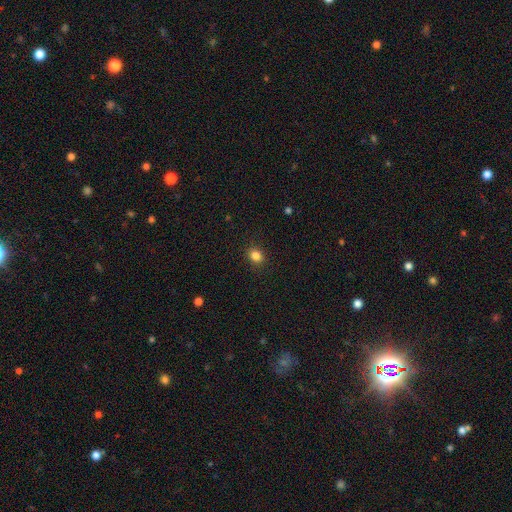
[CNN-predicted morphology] Q: Smooth or featured?
A: smooth (84%); runner-up: star or artifact (12%)
Q: How rounded?
A: round (61%); runner-up: in between (38%)
Q: Merging?
A: none (90%); runner-up: minor disturbance (7%)